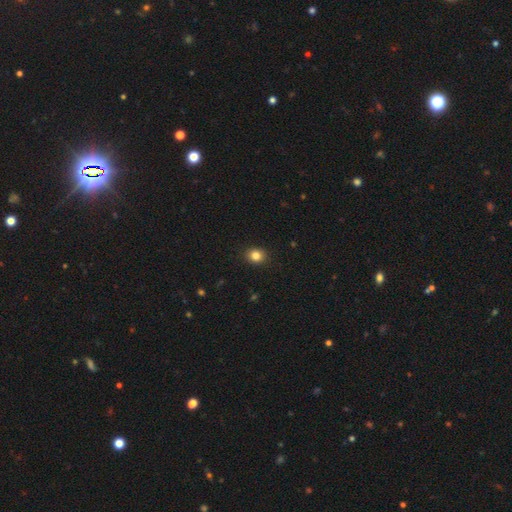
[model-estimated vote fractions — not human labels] Q: Smooth or featured?
A: smooth (83%); runner-up: star or artifact (11%)
Q: How rounded?
A: round (68%); runner-up: in between (31%)
Q: Merging?
A: none (91%); runner-up: minor disturbance (6%)